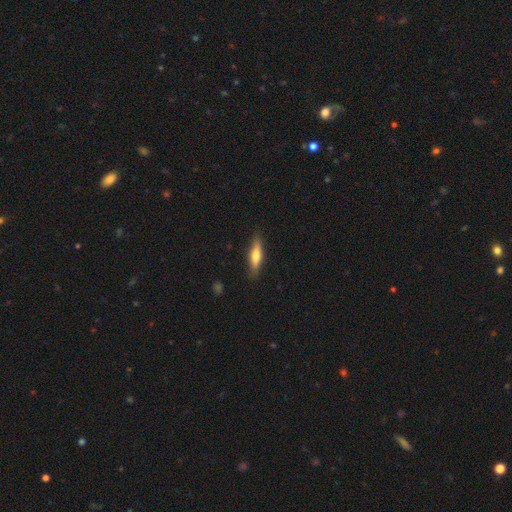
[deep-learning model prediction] Smooth or featured: smooth — 57% (featured or disk — 37%)
How rounded: cigar-shaped — 72% (in between — 26%)
Merging: none — 86% (minor disturbance — 11%)